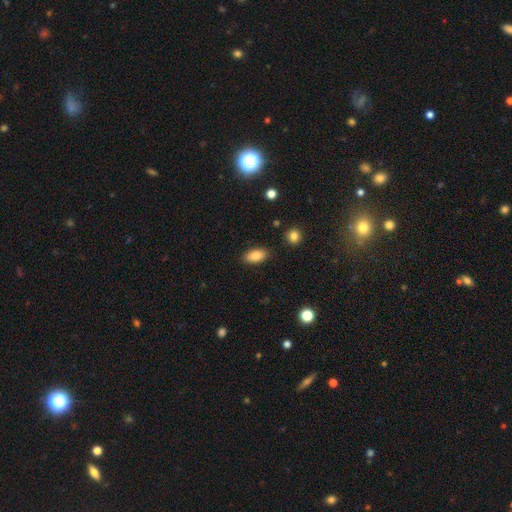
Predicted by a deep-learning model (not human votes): This is clearly a smooth galaxy (85%). How rounded: clearly in between (91%). Merging: clearly none (87%).